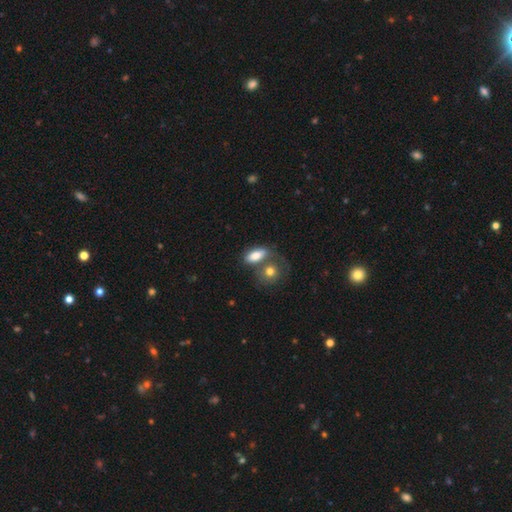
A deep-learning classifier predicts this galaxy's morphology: smooth 80%, featured or disk 13%, star or artifact 7%. Down the decision tree: how rounded — in between (83%); merging — merger (41%).